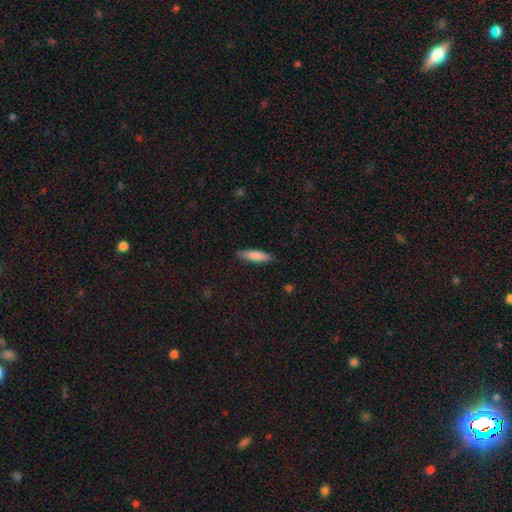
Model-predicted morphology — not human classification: The model was most divided on "how rounded": cigar-shaped: 71%, in between: 27%, round: 1%. More confident: merging — none (85%); smooth or featured — smooth (81%).